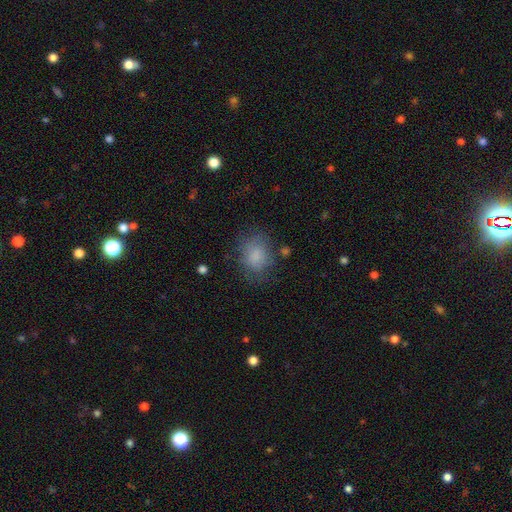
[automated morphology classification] smooth_or_featured: smooth (p=0.78) [alt: featured or disk p=0.12]
how_rounded: in between (p=0.56) [alt: round p=0.43]
merging: none (p=0.65) [alt: minor disturbance p=0.21]